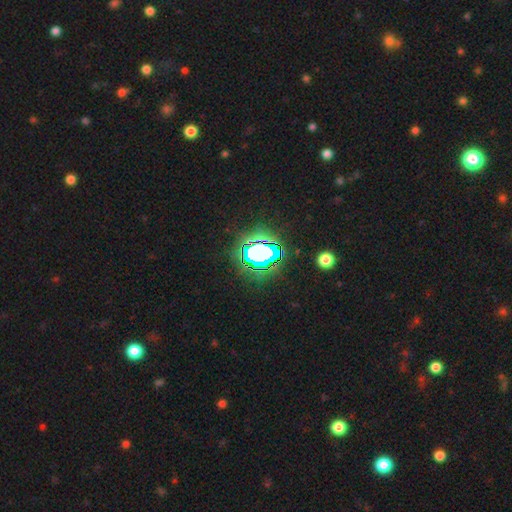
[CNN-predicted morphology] A star or artifact, not a galaxy (77%).

Vote fractions:
- Smooth or featured? star or artifact: 77% / smooth: 15% / featured or disk: 9%